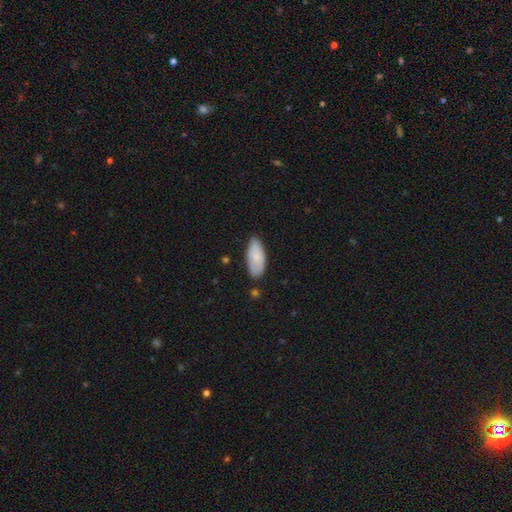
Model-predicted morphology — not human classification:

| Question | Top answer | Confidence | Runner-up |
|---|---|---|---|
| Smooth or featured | smooth | 76% | featured or disk (18%) |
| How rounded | in between | 89% | cigar-shaped (9%) |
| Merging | none | 71% | minor disturbance (23%) |